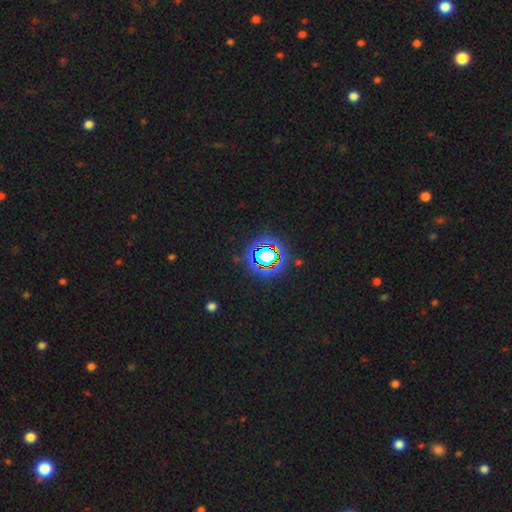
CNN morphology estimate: Q: Smooth or featured?
A: star or artifact (79%); runner-up: smooth (14%)